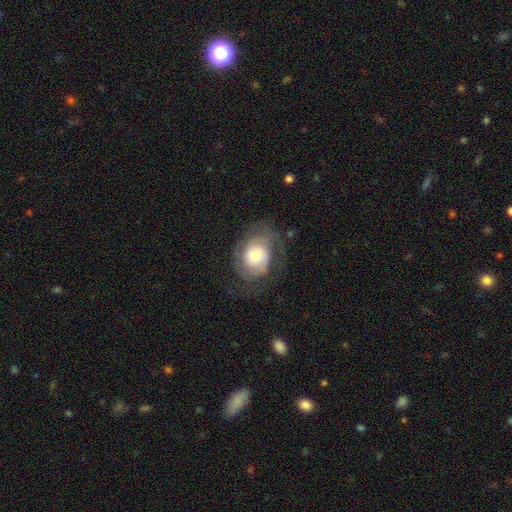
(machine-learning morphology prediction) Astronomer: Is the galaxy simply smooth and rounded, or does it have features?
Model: featured or disk — 52% (runner-up: smooth, 40%).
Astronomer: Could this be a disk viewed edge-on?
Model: no — 97%.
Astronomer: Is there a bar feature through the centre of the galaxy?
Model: no — 75%.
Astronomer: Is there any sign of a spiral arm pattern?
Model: yes — 83%.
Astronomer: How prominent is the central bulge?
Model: moderate — 33% (runner-up: large, 30%).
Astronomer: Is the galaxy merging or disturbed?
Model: none — 54%.